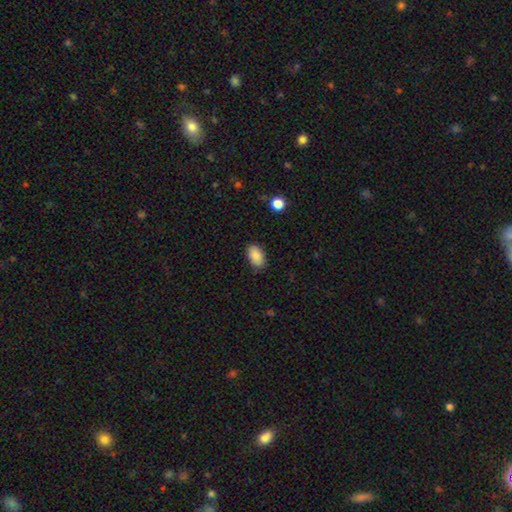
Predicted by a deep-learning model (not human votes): The model was most divided on "merging": none: 84%, minor disturbance: 12%, major disturbance: 3%, merger: 1%. More confident: how rounded — in between (93%); smooth or featured — smooth (89%).